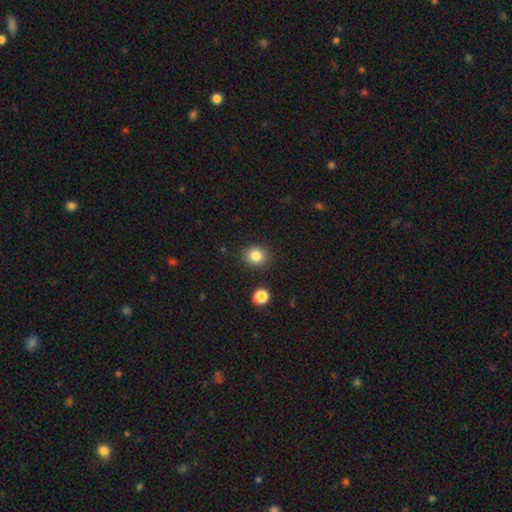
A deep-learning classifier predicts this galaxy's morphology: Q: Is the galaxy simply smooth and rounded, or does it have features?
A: smooth — 83%.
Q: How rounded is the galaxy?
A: round — 72%.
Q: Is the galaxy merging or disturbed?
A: none — 88%.